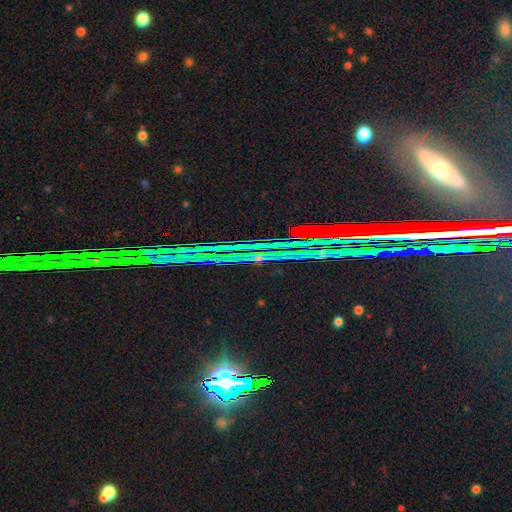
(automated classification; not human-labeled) This is likely a star or artifact rather than a galaxy (79%).